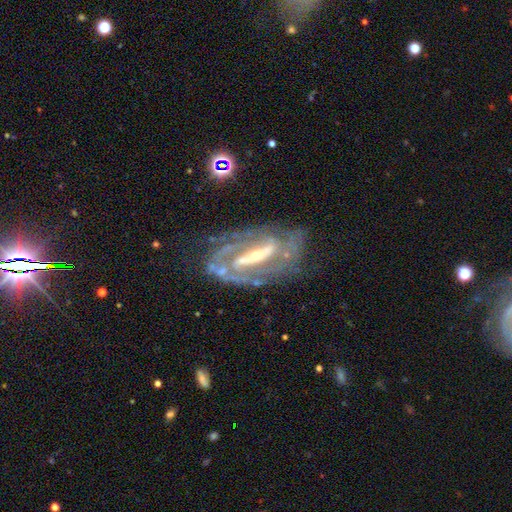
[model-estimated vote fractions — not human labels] Smooth or featured: featured or disk — 88% (smooth — 6%)
Edge-on disk: no — 93% (yes — 7%)
Bar: strong — 65% (weak — 21%)
Spiral arms: yes — 93% (no — 7%)
Spiral winding: tight — 52% (medium — 38%)
Spiral arm count: 2 — 67% (can't tell — 14%)
Bulge size: small — 62% (moderate — 34%)
Merging: none — 66% (minor disturbance — 20%)